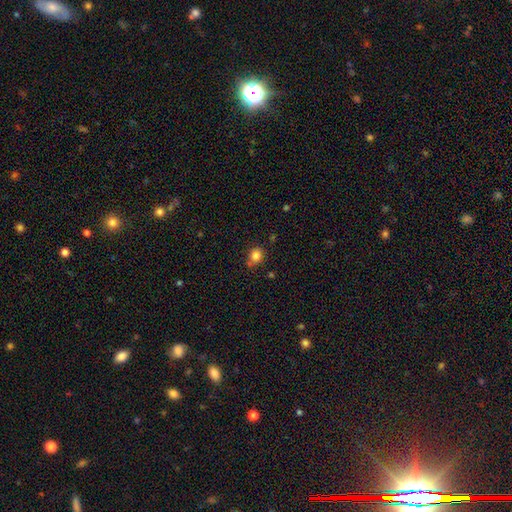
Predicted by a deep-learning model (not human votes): This appears to be a smooth galaxy with no disk features (83%) that is round (73%). Merging: none (71%).